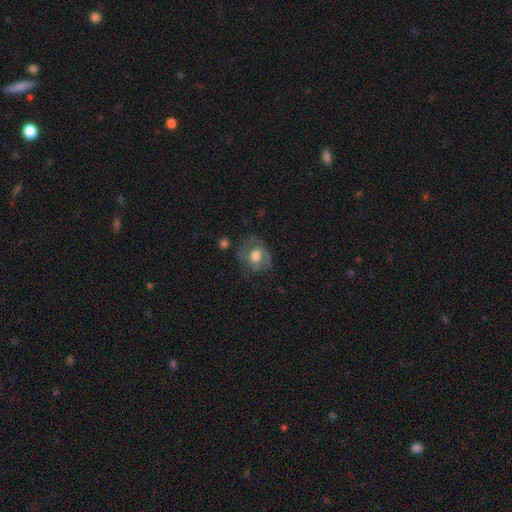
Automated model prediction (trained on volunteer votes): Smooth or featured? smooth (47%)
Merging? none (49%)